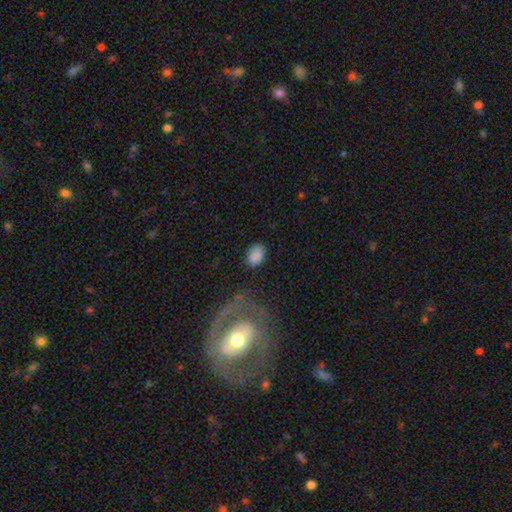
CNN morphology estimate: This is clearly a smooth galaxy (86%). How rounded: clearly in between (83%). Merging: likely none (78%).